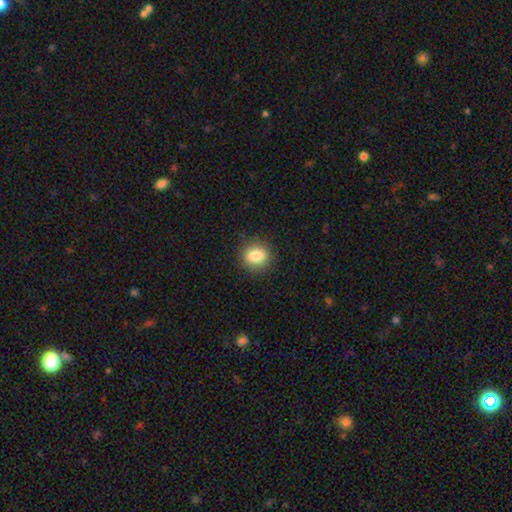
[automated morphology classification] Smooth or featured?
  - smooth: 84% *
  - star or artifact: 10%
  - featured or disk: 7%
How rounded?
  - round: 77% *
  - in between: 22%
  - cigar-shaped: 1%
Merging?
  - none: 89% *
  - minor disturbance: 8%
  - major disturbance: 2%
  - merger: 1%